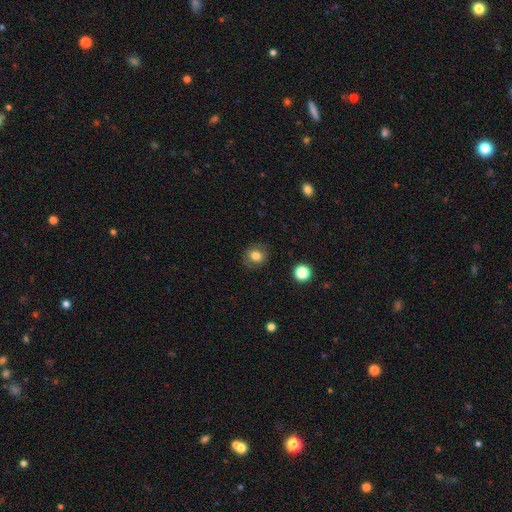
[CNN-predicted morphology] A smooth galaxy with no disk features (78%) that is round (78%). Merging: none (84%).